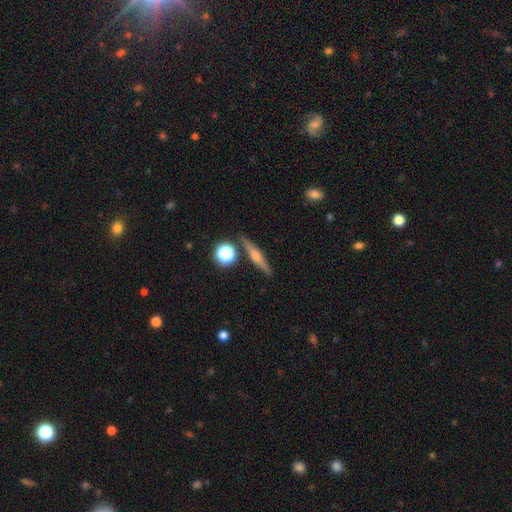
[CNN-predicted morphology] type=featured or disk (62%); edge-on=yes (96%); edge-on bulge=rounded (87%); merging=none (86%).